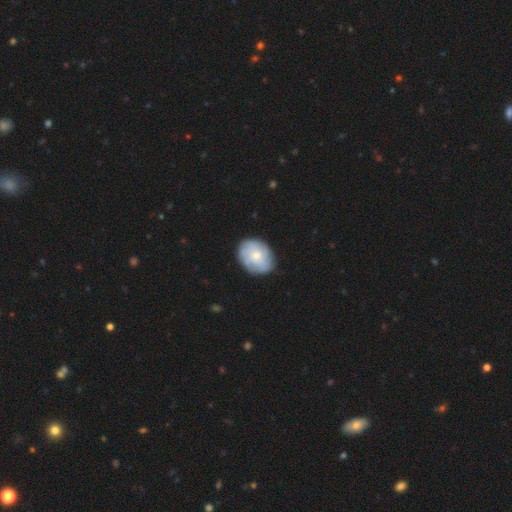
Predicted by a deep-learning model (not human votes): smooth-or-featured: featured or disk: 52% | smooth: 42% | star or artifact: 6%
  disk-edge-on: no: 97% | yes: 3%
    bar: no: 81% | weak: 17% | strong: 2%
    has-spiral-arms: yes: 80% | no: 20%
    bulge-size: moderate: 47% | small: 46% | large: 3% | none: 2% | dominant: 1%
  merging: none: 80% | minor disturbance: 15% | major disturbance: 4% | merger: 1%